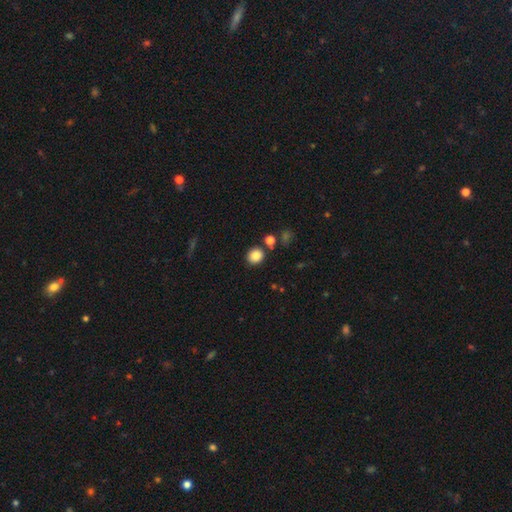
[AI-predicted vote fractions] Overall: smooth (85%). How rounded: round (81%). Merging: none (83%).